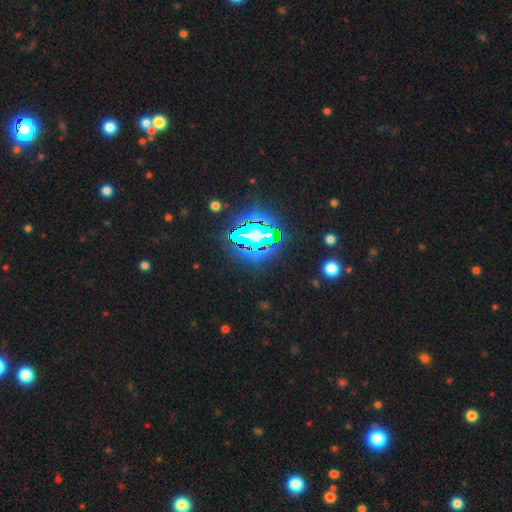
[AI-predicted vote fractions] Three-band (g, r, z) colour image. It shows a star or artifact, not a galaxy (84%).